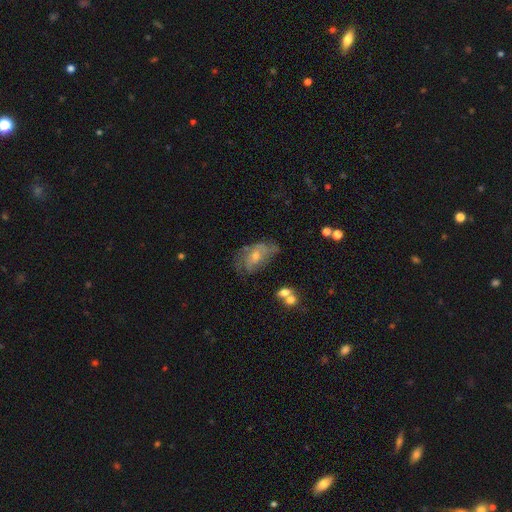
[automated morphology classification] This appears to be a featured or disk galaxy (67%) with no bar (69%), spiral arms (79%) and a small central bulge (49%). Merging: none (55%).